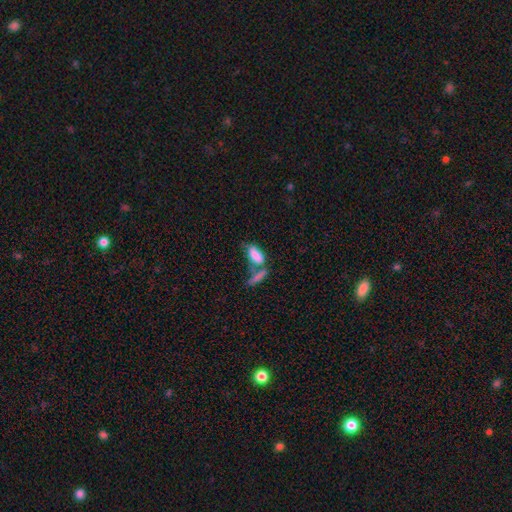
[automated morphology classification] Smooth or featured? smooth (81%)
How rounded? in between (83%)
Merging? merger (47%)